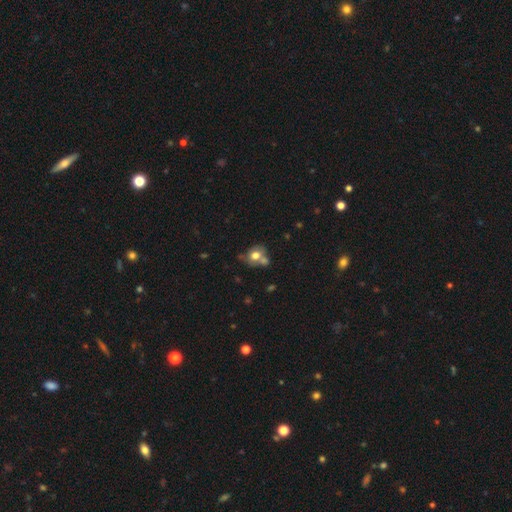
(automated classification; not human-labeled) The model was most divided on "merging" (2-way tie): none: 39%, merger: 39%, minor disturbance: 16%, major disturbance: 7%. More confident: smooth or featured — smooth (69%); how rounded — round (61%).